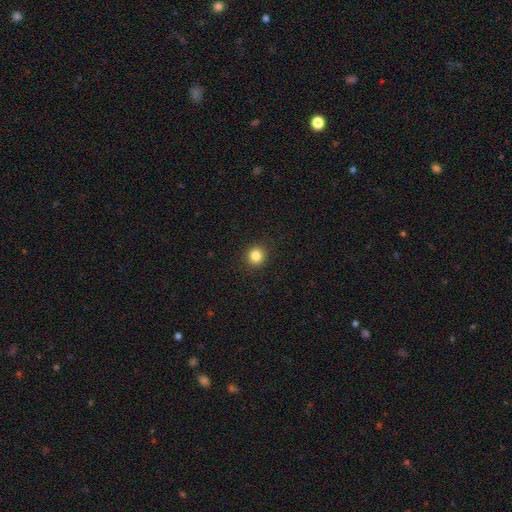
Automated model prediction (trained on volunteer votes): smooth-or-featured: smooth: 84% | star or artifact: 11% | featured or disk: 5%
  how-rounded: round: 88% | in between: 11% | cigar-shaped: 1%
  merging: none: 91% | minor disturbance: 6% | major disturbance: 2% | merger: 1%